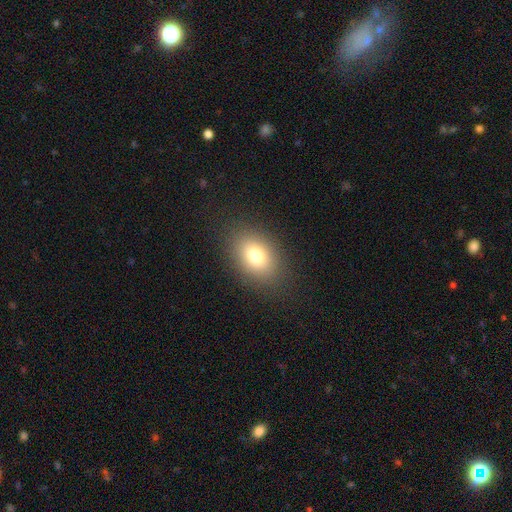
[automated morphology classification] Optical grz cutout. It shows a smooth galaxy with no disk features (77%) that is in between round and cigar-shaped (70%). Merging: none (86%).